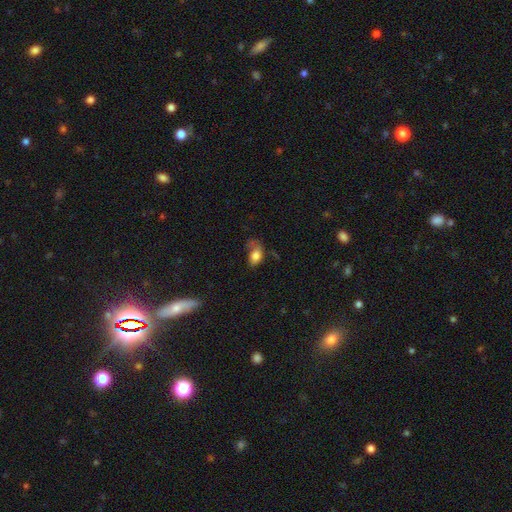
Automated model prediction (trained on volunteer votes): This appears to be a smooth galaxy with no disk features (77%) that is in between round and cigar-shaped (82%). Merging: major disturbance (34%).